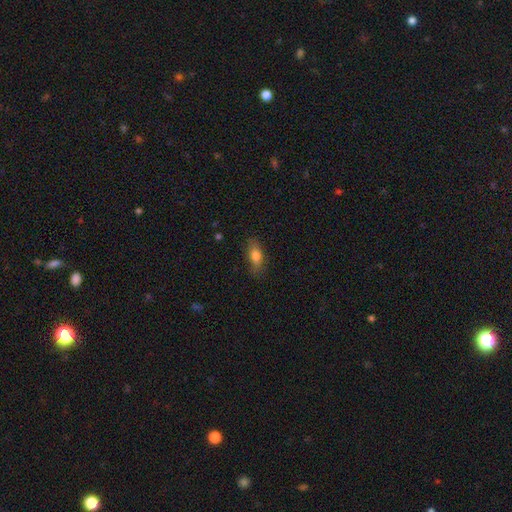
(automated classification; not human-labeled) Smooth or featured? Predicted: smooth (p=0.75). How rounded? Predicted: in between (p=0.77). Merging? Predicted: none (p=0.80).